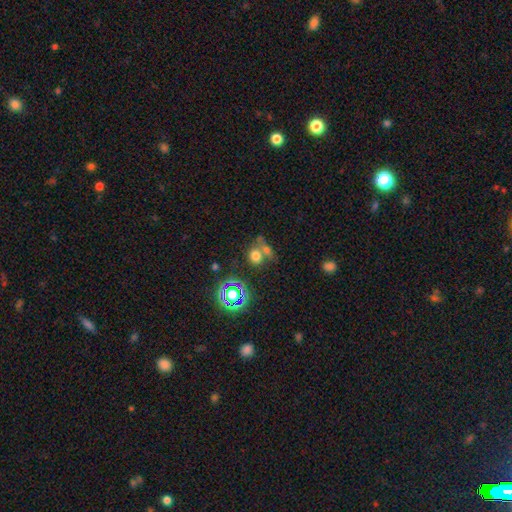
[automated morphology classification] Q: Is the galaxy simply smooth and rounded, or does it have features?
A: smooth — 67%.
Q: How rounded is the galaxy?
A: round — 62%.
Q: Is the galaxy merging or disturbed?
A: none — 44%.